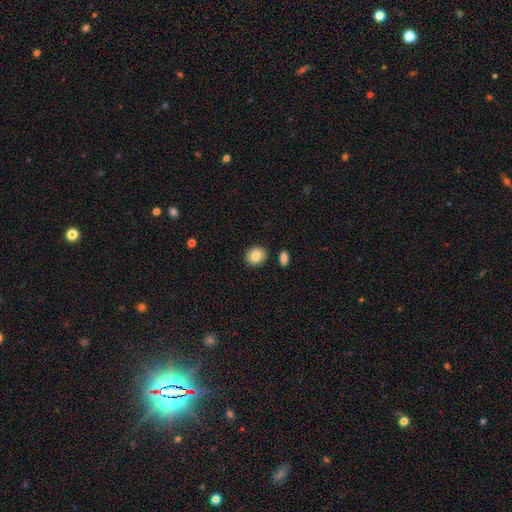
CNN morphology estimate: A smooth galaxy with no disk features (84%) that is round (68%). Merging: none (87%).